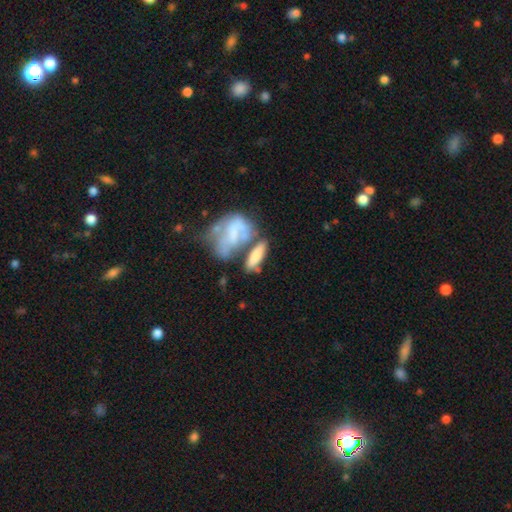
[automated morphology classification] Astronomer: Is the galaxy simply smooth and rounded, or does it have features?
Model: smooth — 64%.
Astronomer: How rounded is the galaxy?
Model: in between — 62%.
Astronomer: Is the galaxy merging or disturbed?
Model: merger — 37%, tied with none at 37%.